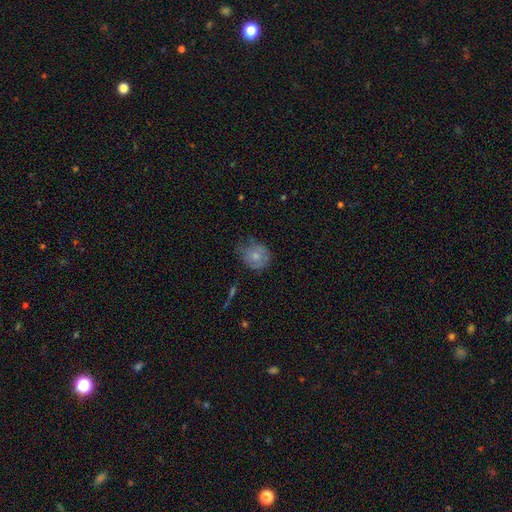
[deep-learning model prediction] smooth_or_featured: smooth (p=0.69) [alt: featured or disk p=0.23]
how_rounded: round (p=0.75) [alt: in between p=0.24]
merging: none (p=0.49) [alt: minor disturbance p=0.36]